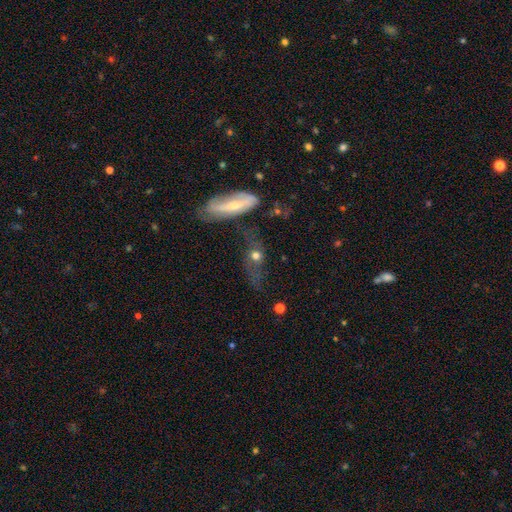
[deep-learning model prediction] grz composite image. It shows a smooth galaxy with no disk features (44%). Merging: none (41%).